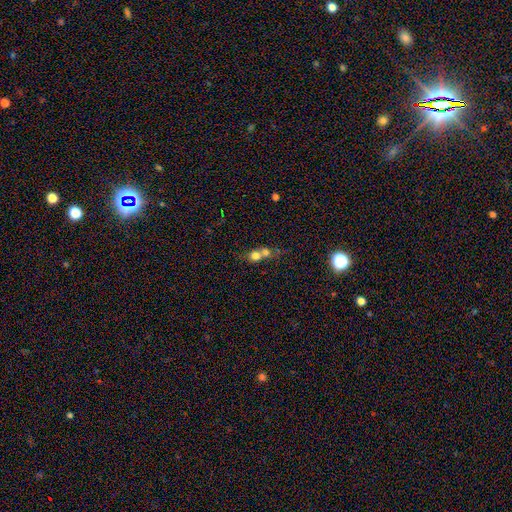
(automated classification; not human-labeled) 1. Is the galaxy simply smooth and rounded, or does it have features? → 70% smooth, 17% featured or disk, 14% star or artifact.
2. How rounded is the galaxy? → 73% round, 25% in between, 3% cigar-shaped.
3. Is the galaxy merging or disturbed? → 66% merger, 24% none, 6% minor disturbance, 4% major disturbance.